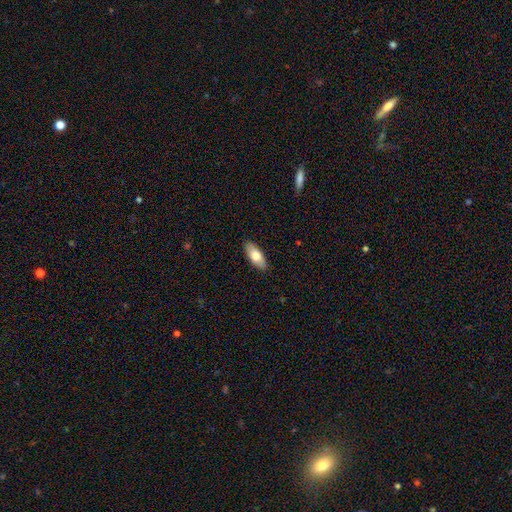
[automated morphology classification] smooth 75%, featured or disk 19%, star or artifact 6%. Down the decision tree: how rounded — in between (82%); merging — none (89%).